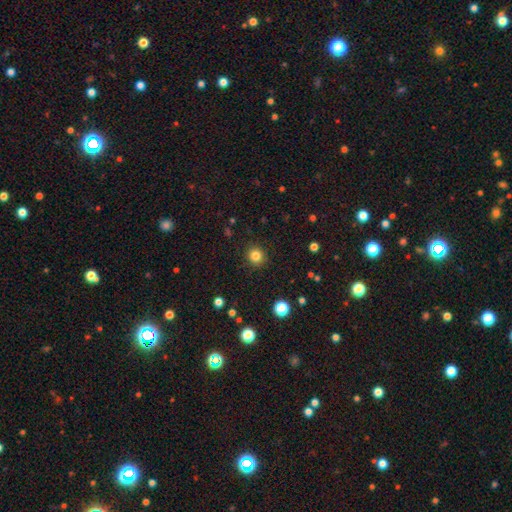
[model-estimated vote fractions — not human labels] smooth-or-featured: smooth: 83% | star or artifact: 12% | featured or disk: 5%
  how-rounded: round: 91% | in between: 8% | cigar-shaped: 1%
  merging: none: 91% | minor disturbance: 6% | major disturbance: 2% | merger: 1%